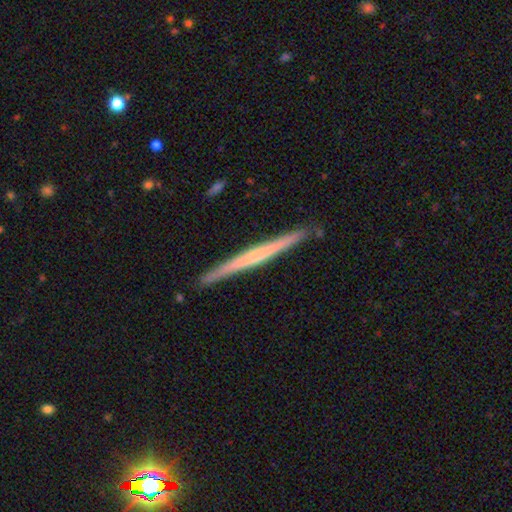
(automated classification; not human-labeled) This appears to be a featured or disk galaxy (66%) viewed edge-on (98%) with no central bulge (61%). Merging: none (90%).